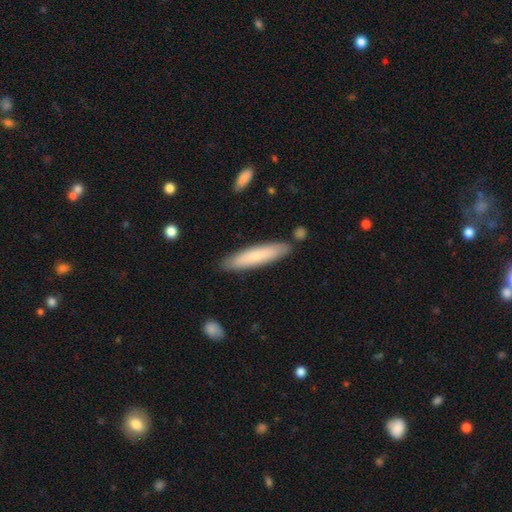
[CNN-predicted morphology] Q: Smooth or featured?
A: smooth (73%); runner-up: featured or disk (22%)
Q: How rounded?
A: cigar-shaped (84%); runner-up: in between (14%)
Q: Merging?
A: none (84%); runner-up: minor disturbance (11%)